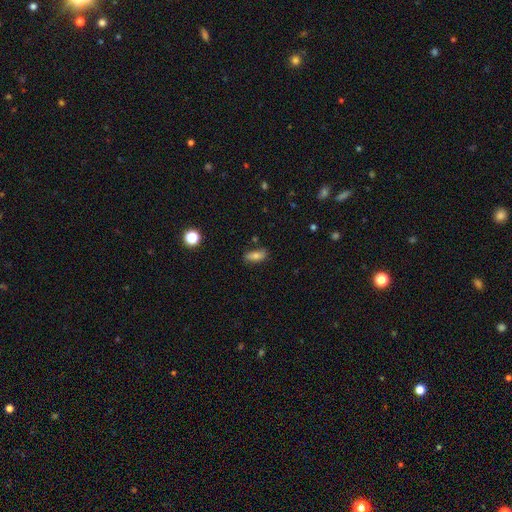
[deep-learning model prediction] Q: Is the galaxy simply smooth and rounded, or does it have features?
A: smooth — 74%.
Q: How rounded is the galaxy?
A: in between — 77%.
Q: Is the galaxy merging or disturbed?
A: none — 79%.